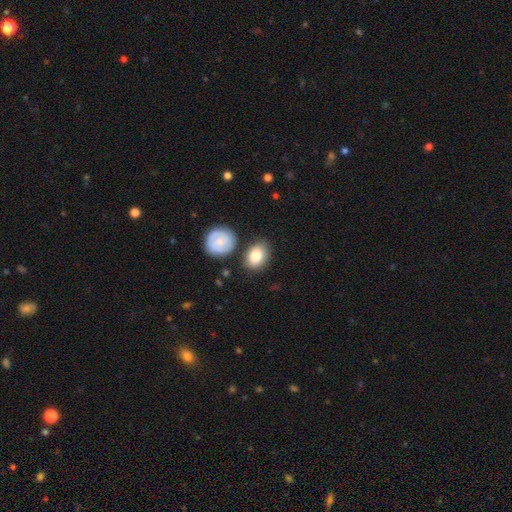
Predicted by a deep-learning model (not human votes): smooth 82%, featured or disk 12%, star or artifact 6%. Down the decision tree: how rounded — in between (67%); merging — none (73%).